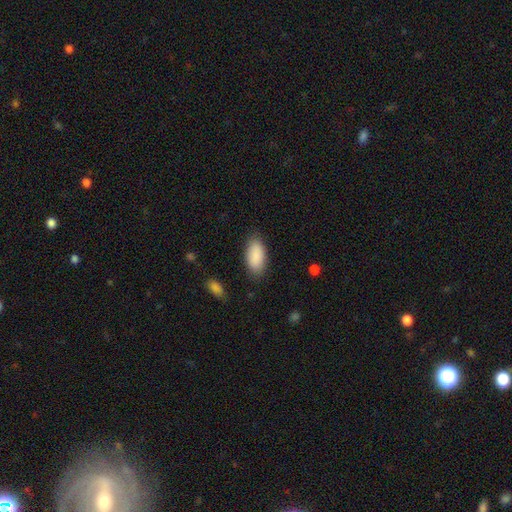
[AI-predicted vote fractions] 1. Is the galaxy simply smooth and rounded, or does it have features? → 89% smooth, 6% star or artifact, 5% featured or disk.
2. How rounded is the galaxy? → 92% in between, 6% cigar-shaped, 2% round.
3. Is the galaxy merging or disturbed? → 84% none, 12% minor disturbance, 3% major disturbance, 1% merger.